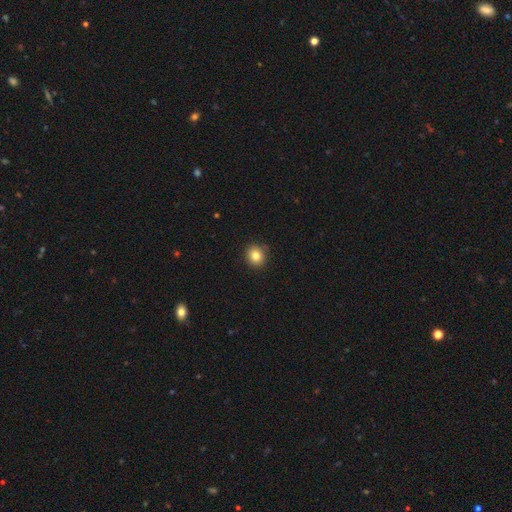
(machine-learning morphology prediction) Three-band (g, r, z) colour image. It shows a smooth galaxy with no disk features (82%) that is round (83%). Merging: none (88%).